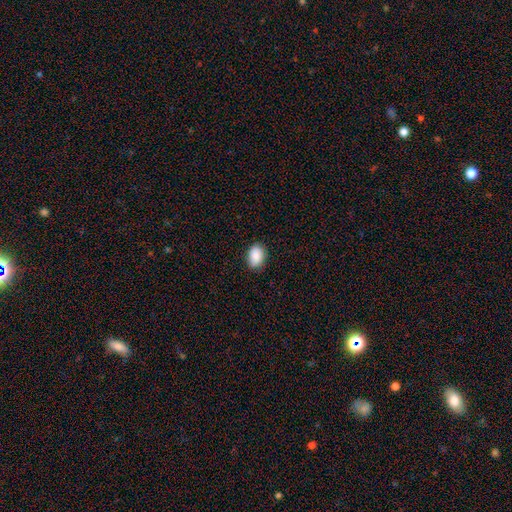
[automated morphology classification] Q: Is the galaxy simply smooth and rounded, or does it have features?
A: smooth — 87%.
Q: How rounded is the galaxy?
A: in between — 81%.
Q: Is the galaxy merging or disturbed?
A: none — 84%.